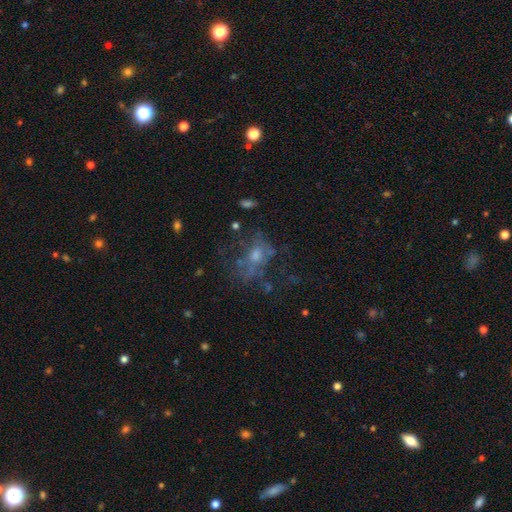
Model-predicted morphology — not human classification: A featured or disk galaxy (46%).

Vote fractions:
- Smooth or featured? featured or disk: 46% / smooth: 30% / star or artifact: 23%
- Merging? none: 44% / major disturbance: 31% / minor disturbance: 19% / merger: 5%